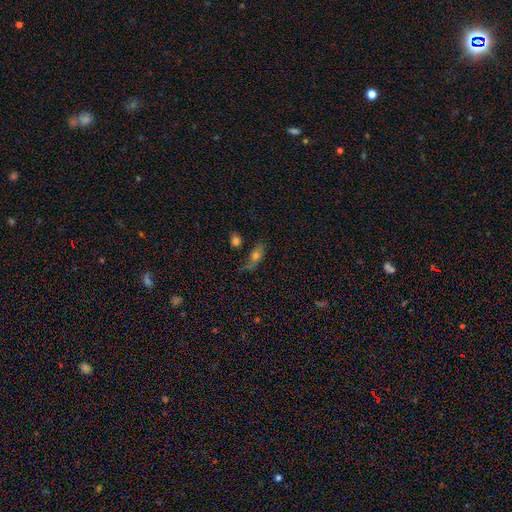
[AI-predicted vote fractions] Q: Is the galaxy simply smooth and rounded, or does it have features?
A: smooth — 59%.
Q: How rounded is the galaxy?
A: in between — 69%.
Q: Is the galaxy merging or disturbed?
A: none — 55%.